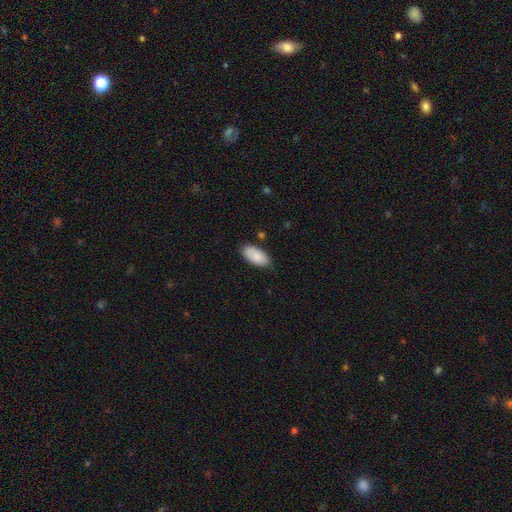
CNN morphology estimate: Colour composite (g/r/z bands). It shows a smooth galaxy with no disk features (85%) that is in between round and cigar-shaped (95%). Merging: none (78%).